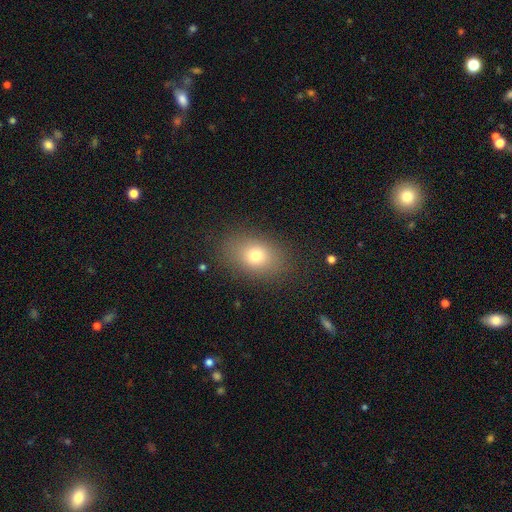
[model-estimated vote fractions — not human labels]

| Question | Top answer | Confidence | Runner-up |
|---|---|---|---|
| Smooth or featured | smooth | 74% | featured or disk (13%) |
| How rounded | in between | 72% | round (26%) |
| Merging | none | 84% | minor disturbance (10%) |